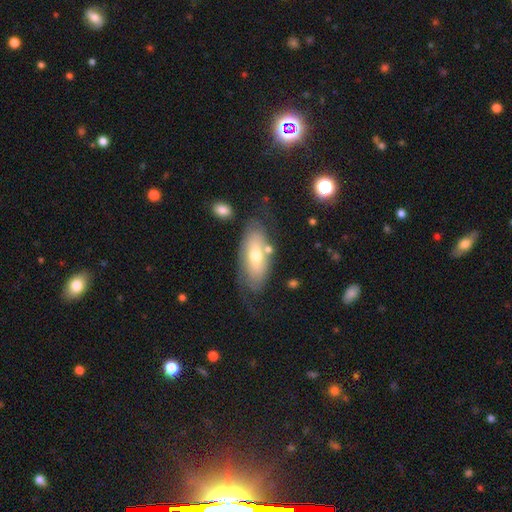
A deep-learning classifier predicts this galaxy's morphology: Smooth or featured?
  - featured or disk: 49% *
  - smooth: 44%
  - star or artifact: 7%
Merging?
  - none: 60% *
  - minor disturbance: 21%
  - major disturbance: 12%
  - merger: 7%